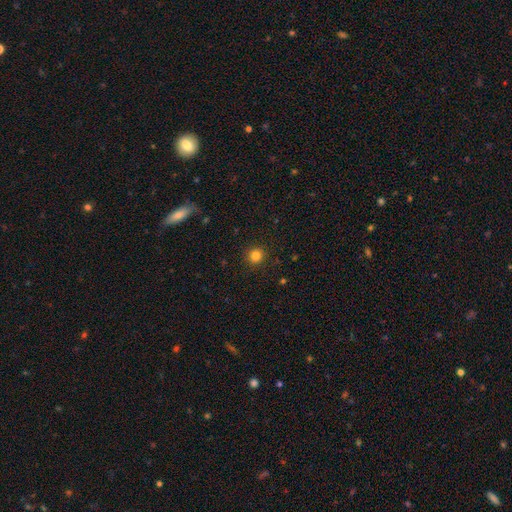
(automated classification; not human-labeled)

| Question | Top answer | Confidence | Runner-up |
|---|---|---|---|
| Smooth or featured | smooth | 83% | star or artifact (12%) |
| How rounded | round | 93% | in between (6%) |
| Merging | none | 91% | minor disturbance (6%) |